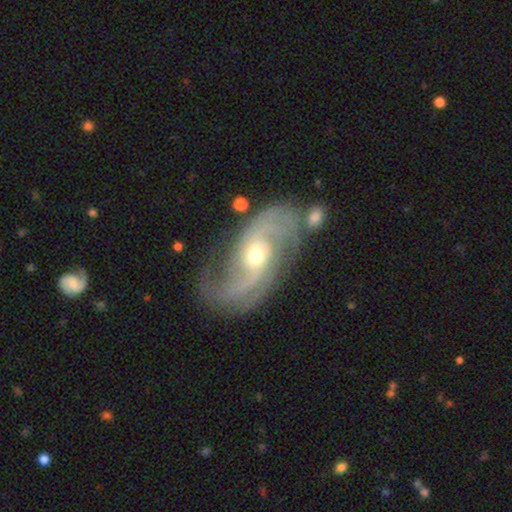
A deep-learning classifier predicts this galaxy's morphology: Smooth or featured? featured or disk (90%)
Edge-on disk? no (96%)
Bar? no (62%)
Spiral arms? yes (97%)
Spiral winding? medium (47%)
Spiral arm count? 2 (69%)
Bulge size? moderate (53%)
Merging? none (68%)